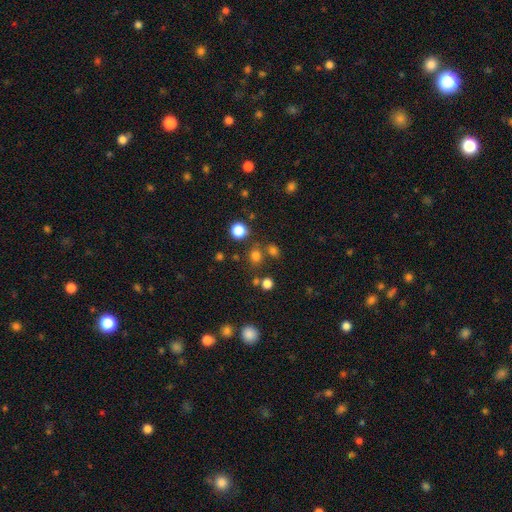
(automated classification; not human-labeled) Smooth or featured? smooth (73%)
How rounded? round (75%)
Merging? none (72%)